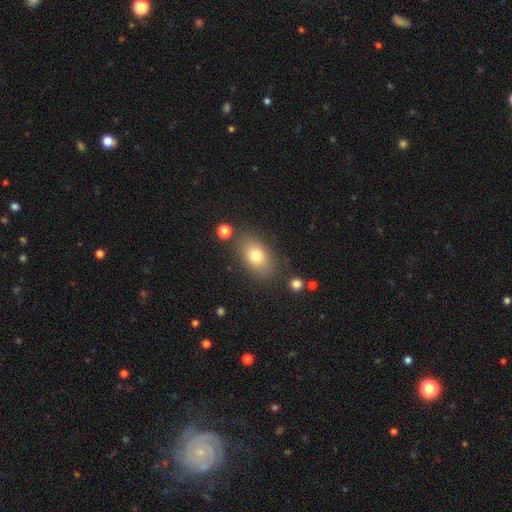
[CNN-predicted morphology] This is likely a smooth galaxy (77%). How rounded: clearly in between (84%). Merging: likely none (80%).